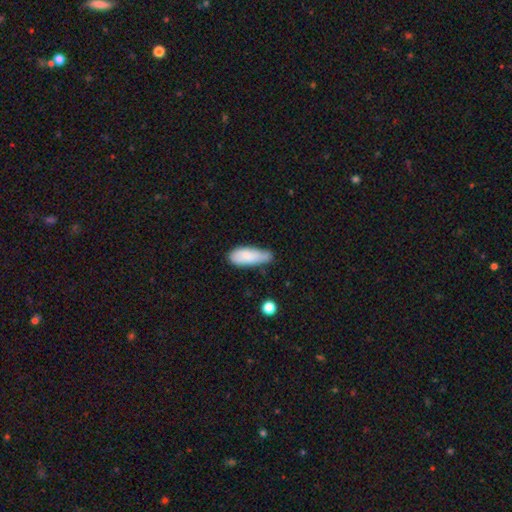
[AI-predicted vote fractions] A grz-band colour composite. It shows a smooth galaxy with no disk features (82%) that is in between round and cigar-shaped (71%). Merging: none (47%).